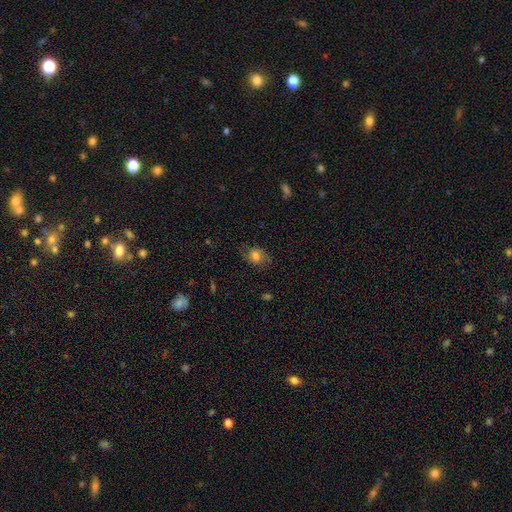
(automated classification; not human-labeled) Smooth or featured? Predicted: smooth (p=0.70). How rounded? Predicted: in between (p=0.54). Merging? Predicted: none (p=0.68).